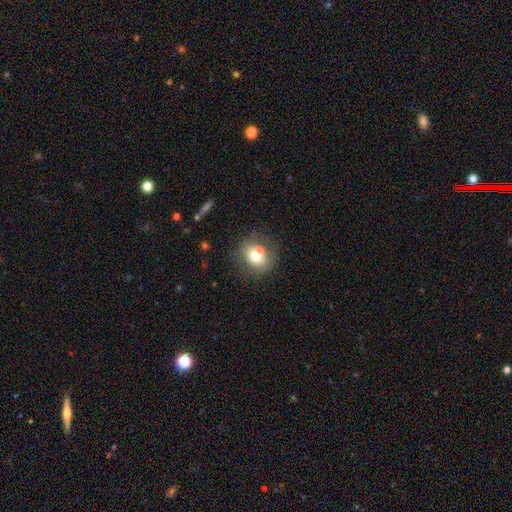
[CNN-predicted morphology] A smooth galaxy with no disk features (69%) that is round (68%).

Vote fractions:
- Smooth or featured? smooth: 69% / featured or disk: 21% / star or artifact: 11%
- How rounded? round: 68% / in between: 31% / cigar-shaped: 1%
- Merging? none: 58% / merger: 21% / minor disturbance: 16% / major disturbance: 6%